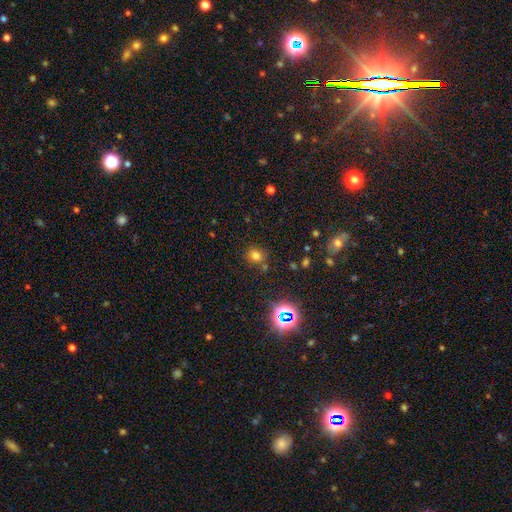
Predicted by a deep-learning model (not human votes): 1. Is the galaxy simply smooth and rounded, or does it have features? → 71% smooth, 22% star or artifact, 7% featured or disk.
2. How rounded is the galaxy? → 75% round, 24% in between, 1% cigar-shaped.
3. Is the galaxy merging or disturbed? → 76% none, 12% minor disturbance, 8% merger, 4% major disturbance.